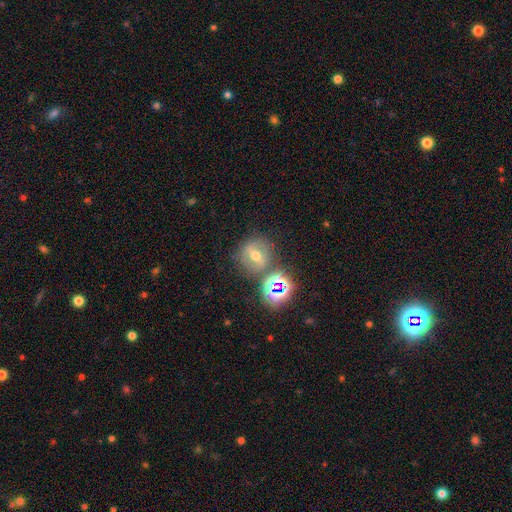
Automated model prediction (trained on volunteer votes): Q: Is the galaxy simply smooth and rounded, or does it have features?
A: featured or disk — 39%.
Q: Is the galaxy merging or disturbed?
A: none — 70%.